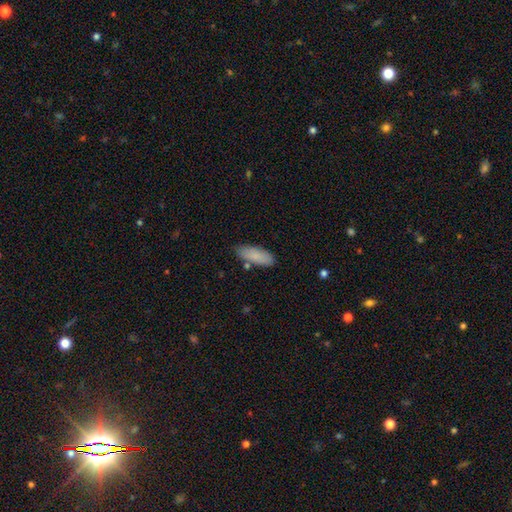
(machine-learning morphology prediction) Smooth or featured? smooth (85%)
How rounded? in between (70%)
Merging? none (81%)